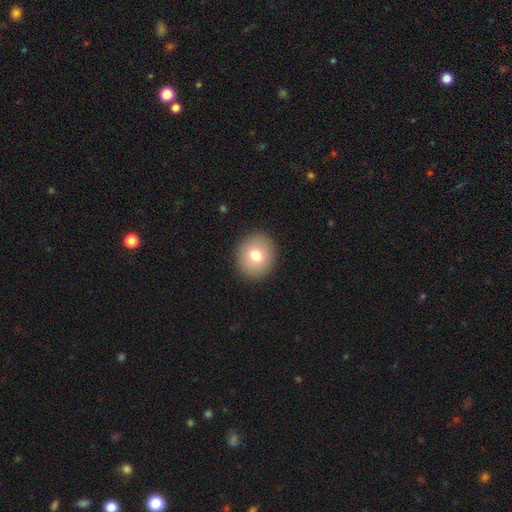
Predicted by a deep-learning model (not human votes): Smooth or featured? Predicted: smooth (p=0.75). How rounded? Predicted: round (p=0.79). Merging? Predicted: none (p=0.90).